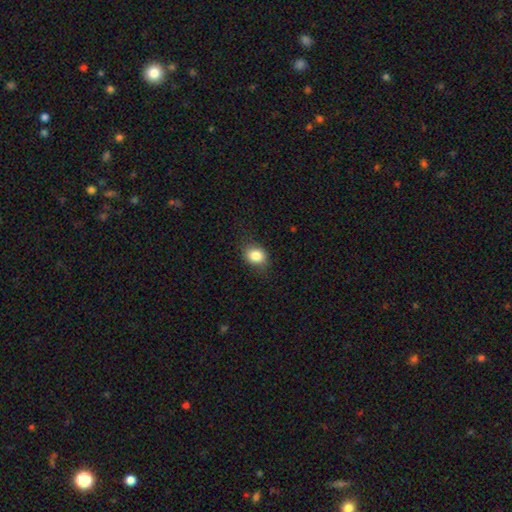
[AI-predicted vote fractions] Smooth or featured: smooth — 83% (star or artifact — 10%)
How rounded: in between — 50% (round — 49%)
Merging: none — 79% (minor disturbance — 16%)